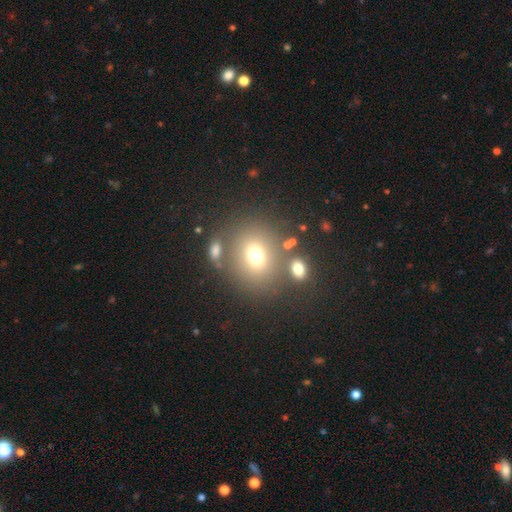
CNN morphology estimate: Overall: smooth (70%). How rounded: round (67%; in between 32%). Merging: none (66%).